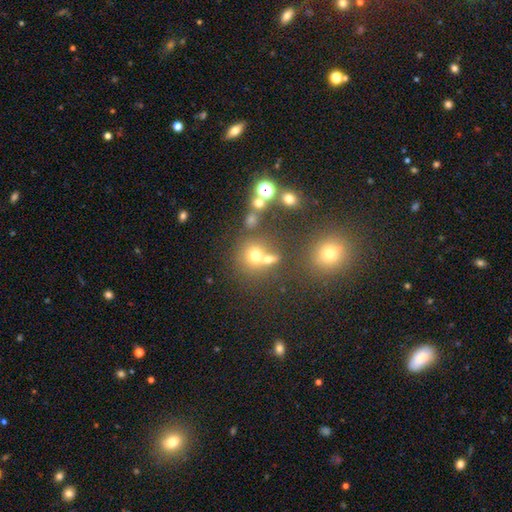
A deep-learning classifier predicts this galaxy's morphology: Overall: smooth (64%). How rounded: round (80%). Merging: none (48%; merger 37%).